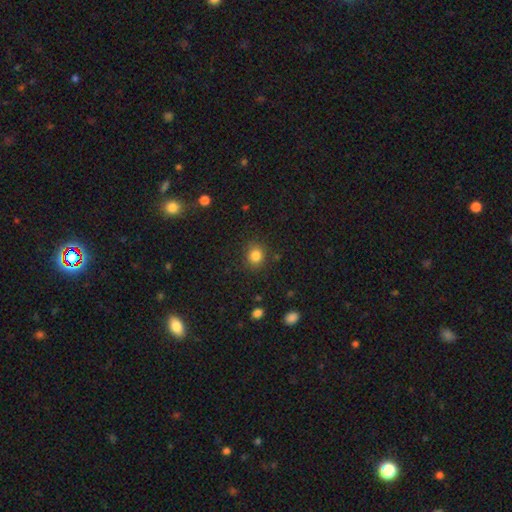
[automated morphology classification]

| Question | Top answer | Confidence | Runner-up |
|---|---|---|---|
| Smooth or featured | smooth | 83% | star or artifact (12%) |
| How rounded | round | 77% | in between (22%) |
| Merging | none | 86% | minor disturbance (9%) |